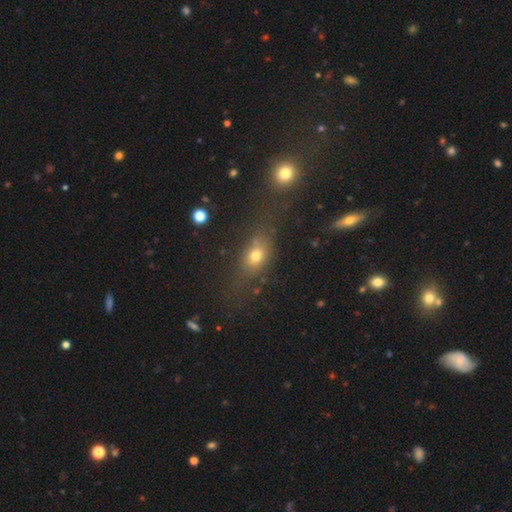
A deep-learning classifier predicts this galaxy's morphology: Smooth or featured: smooth — 67% (star or artifact — 19%)
How rounded: in between — 61% (round — 29%)
Merging: none — 57% (merger — 16%)